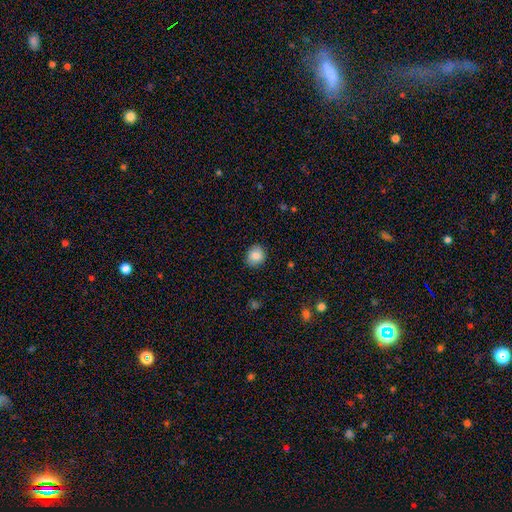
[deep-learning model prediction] A smooth galaxy with no disk features (84%) that is round (76%).

Vote fractions:
- Smooth or featured? smooth: 84% / star or artifact: 9% / featured or disk: 8%
- How rounded? round: 76% / in between: 23% / cigar-shaped: 1%
- Merging? none: 87% / minor disturbance: 10% / major disturbance: 2% / merger: 1%